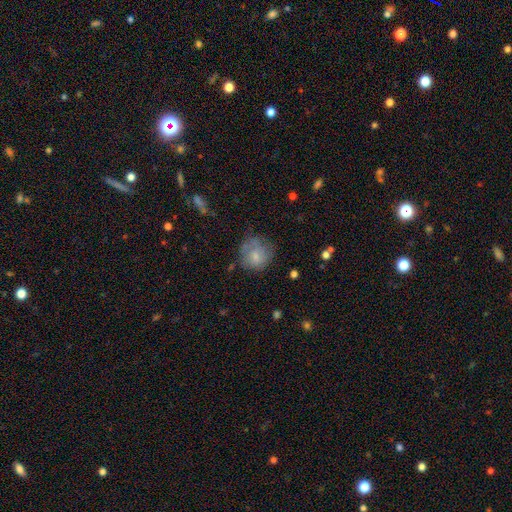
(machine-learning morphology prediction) Smooth or featured?
  - smooth: 70% *
  - featured or disk: 22%
  - star or artifact: 8%
How rounded?
  - round: 85% *
  - in between: 14%
  - cigar-shaped: 1%
Merging?
  - none: 60% *
  - minor disturbance: 26%
  - major disturbance: 12%
  - merger: 3%